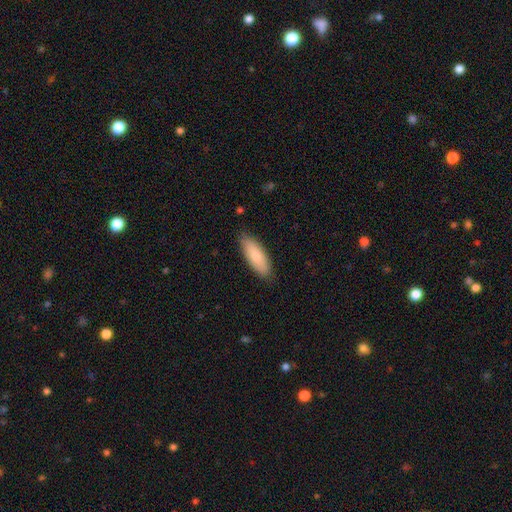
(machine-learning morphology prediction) A smooth galaxy with no disk features (82%) that is in between round and cigar-shaped (67%).

Vote fractions:
- Smooth or featured? smooth: 82% / featured or disk: 13% / star or artifact: 6%
- How rounded? in between: 67% / cigar-shaped: 32% / round: 2%
- Merging? none: 85% / minor disturbance: 12% / major disturbance: 2% / merger: 1%